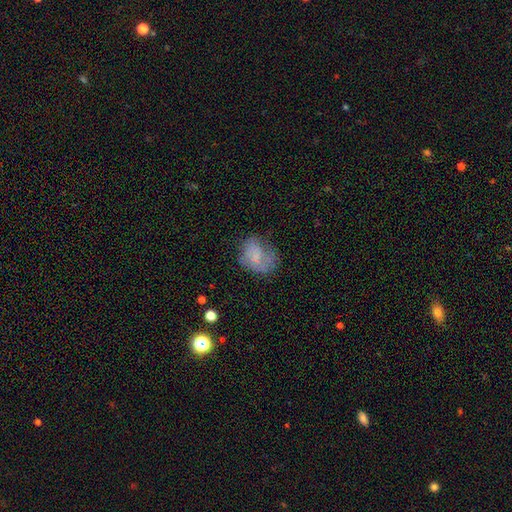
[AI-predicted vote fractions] A smooth galaxy with no disk features (49%). Merging: none (46%).